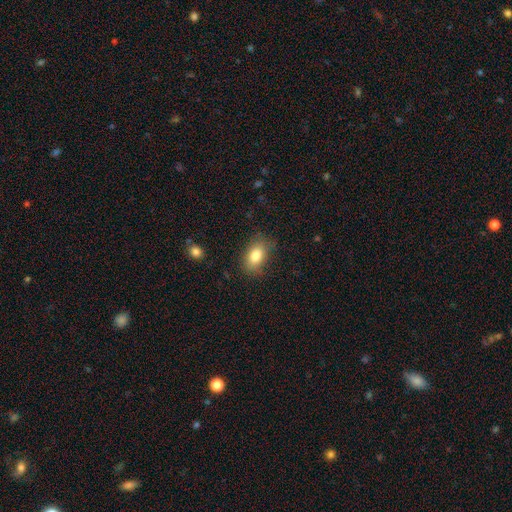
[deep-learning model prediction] smooth-or-featured: smooth: 82% | featured or disk: 9% | star or artifact: 9%
  how-rounded: in between: 85% | round: 13% | cigar-shaped: 2%
  merging: none: 78% | minor disturbance: 16% | major disturbance: 5% | merger: 1%